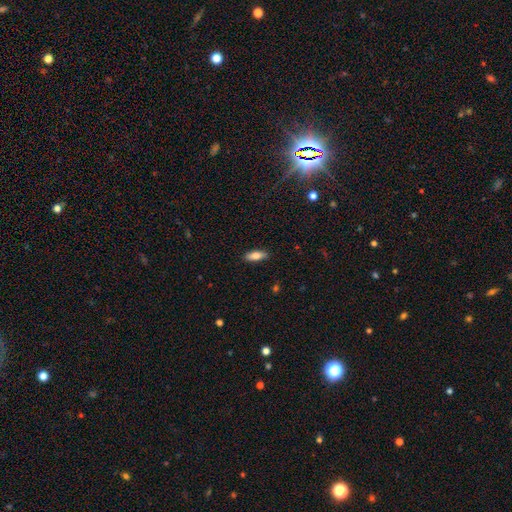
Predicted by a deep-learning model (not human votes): A smooth galaxy with no disk features (79%) that is in between round and cigar-shaped (70%). Merging: none (89%).